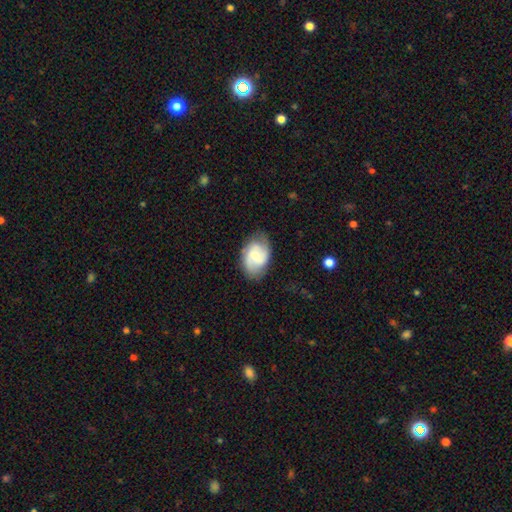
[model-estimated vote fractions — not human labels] Morphology: type=featured or disk (51%); edge-on=no (96%); merging=none (72%).